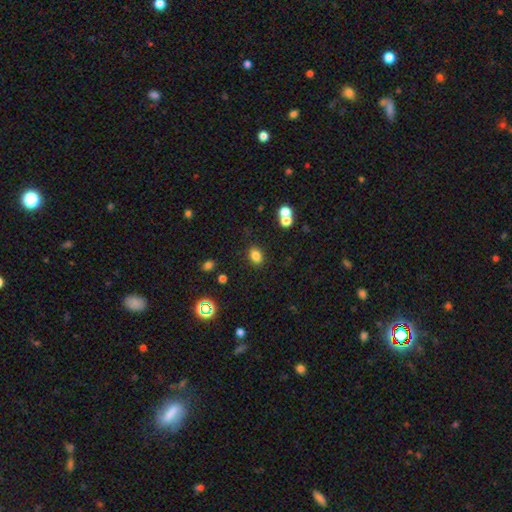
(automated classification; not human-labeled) Smooth or featured? smooth (81%)
How rounded? in between (72%)
Merging? none (84%)